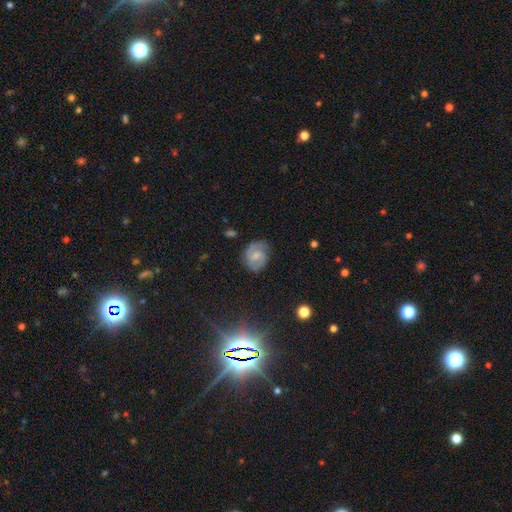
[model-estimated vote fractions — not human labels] Smooth or featured? Predicted: featured or disk (p=0.71). Edge-on disk? Predicted: no (p=0.98). Bar? Predicted: weak (p=0.52). Spiral arms? Predicted: yes (p=0.93). Spiral winding? Predicted: medium (p=0.48). Spiral arm count? Predicted: 2 (p=0.83). Bulge size? Predicted: small (p=0.44). Merging? Predicted: none (p=0.75).